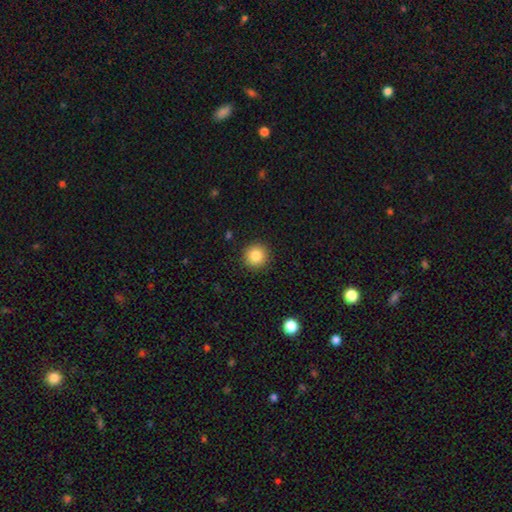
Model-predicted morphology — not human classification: smooth-or-featured: smooth: 85% | star or artifact: 10% | featured or disk: 6%
  how-rounded: round: 95% | in between: 4% | cigar-shaped: 1%
  merging: none: 91% | minor disturbance: 6% | major disturbance: 2% | merger: 1%